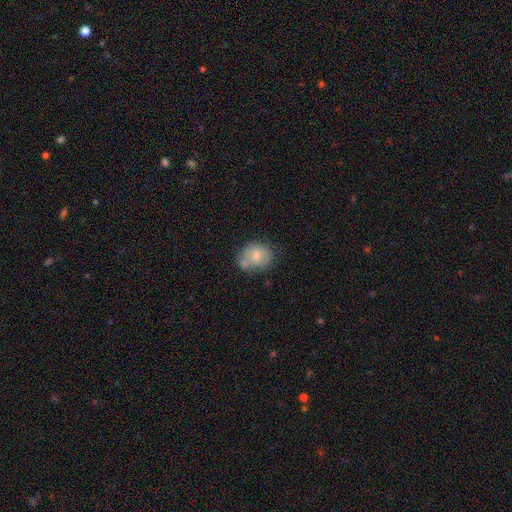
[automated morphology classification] Overall: smooth (71%). How rounded: round (59%; in between 40%). Merging: none (47%; merger 27%).